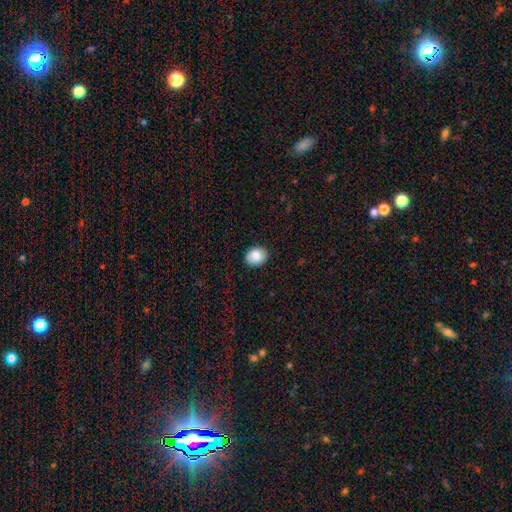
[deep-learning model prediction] The model was most divided on "how rounded": round: 56%, in between: 43%, cigar-shaped: 1%. More confident: merging — none (89%); smooth or featured — smooth (86%).